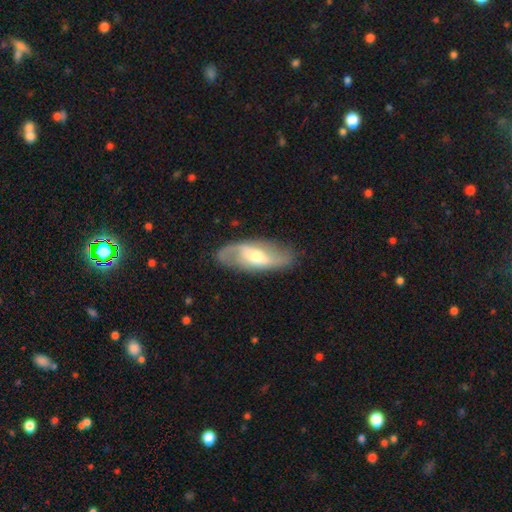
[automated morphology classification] featured or disk 71%, smooth 23%, star or artifact 6%. Down the decision tree: edge-on disk — no (88%); bar — weak (45%); spiral arms — yes (87%); spiral arm count — 2 (85%); spiral winding — loose (55%); bulge size — moderate (59%); merging — none (79%).